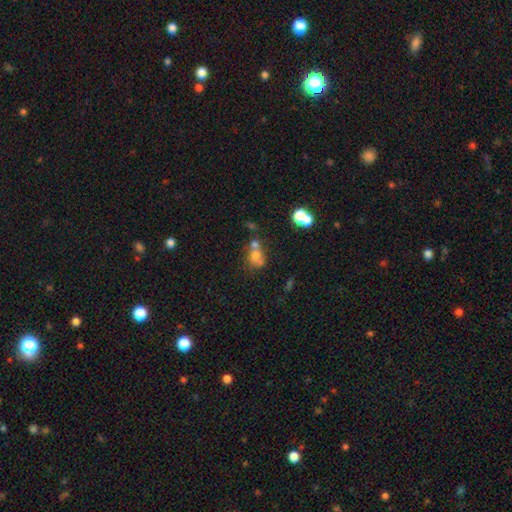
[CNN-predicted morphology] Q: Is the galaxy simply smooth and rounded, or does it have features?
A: smooth — 62%.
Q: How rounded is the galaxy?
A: round — 62%.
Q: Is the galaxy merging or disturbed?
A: merger — 50%.